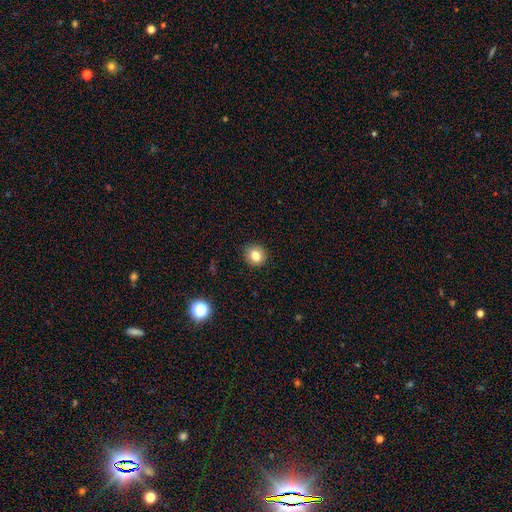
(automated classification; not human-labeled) Smooth or featured?
  - smooth: 81% *
  - star or artifact: 11%
  - featured or disk: 8%
How rounded?
  - round: 88% *
  - in between: 11%
  - cigar-shaped: 1%
Merging?
  - none: 91% *
  - minor disturbance: 6%
  - major disturbance: 2%
  - merger: 1%